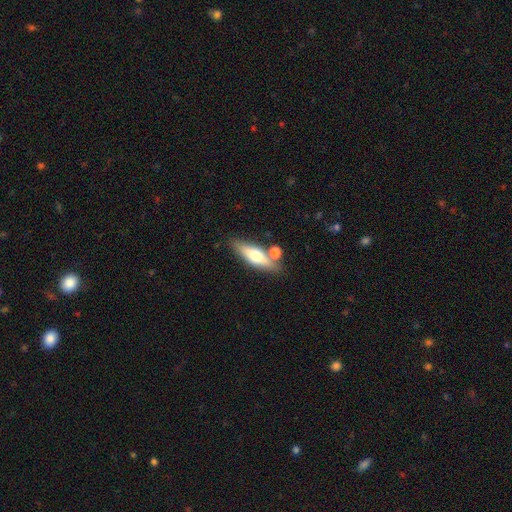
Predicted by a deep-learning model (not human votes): Overall: smooth (51%; featured or disk 42%). How rounded: cigar-shaped (51%; in between 45%). Merging: none (68%).